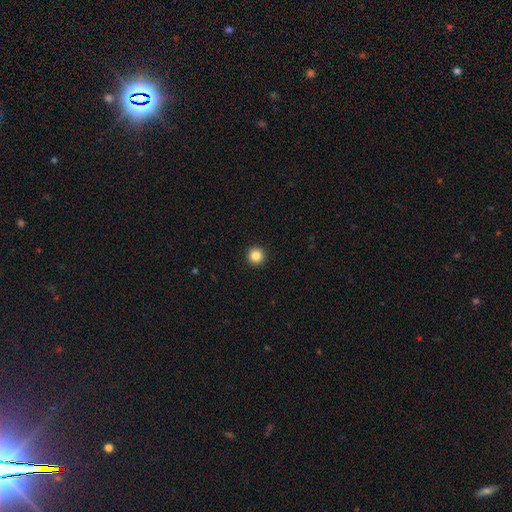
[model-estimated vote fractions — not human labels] smooth_or_featured: smooth (p=0.86) [alt: star or artifact p=0.11]
how_rounded: round (p=0.96) [alt: in between p=0.03]
merging: none (p=0.94) [alt: minor disturbance p=0.04]